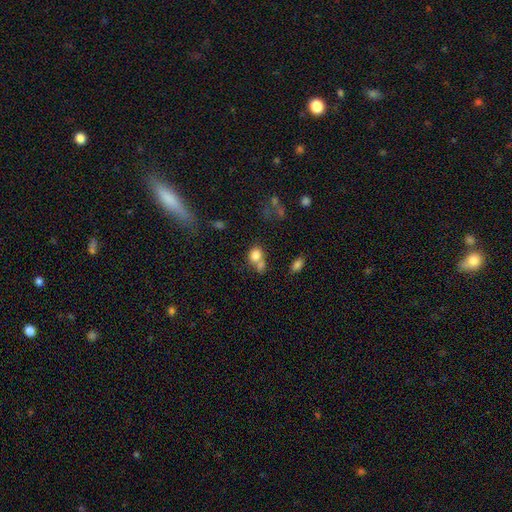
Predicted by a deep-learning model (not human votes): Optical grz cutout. It shows a smooth galaxy with no disk features (78%) that is round (57%). Merging: merger (47%).